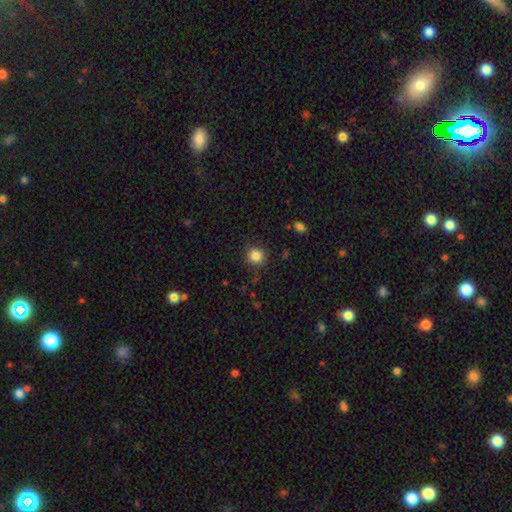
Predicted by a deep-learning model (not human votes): smooth-or-featured: smooth: 85% | star or artifact: 11% | featured or disk: 4%
  how-rounded: round: 92% | in between: 8% | cigar-shaped: 1%
  merging: none: 88% | minor disturbance: 8% | major disturbance: 3% | merger: 1%